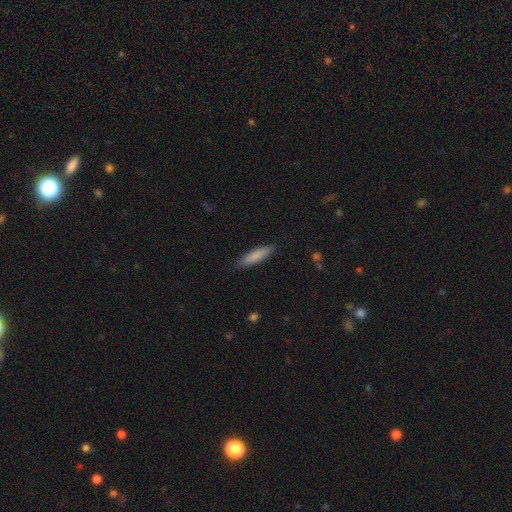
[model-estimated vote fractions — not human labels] Overall: smooth (84%). How rounded: cigar-shaped (79%). Merging: none (87%).